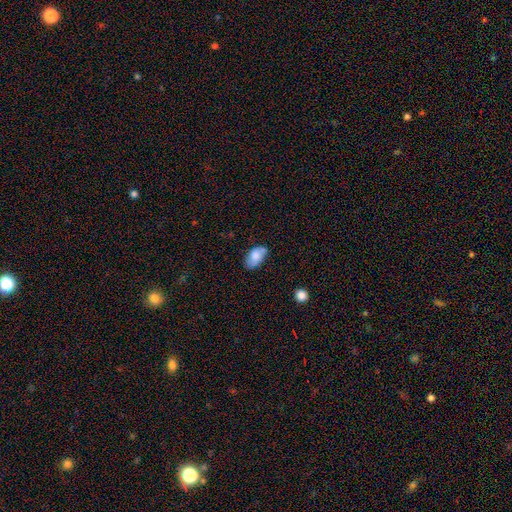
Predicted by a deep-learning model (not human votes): Morphology: type=smooth (76%); roundness=in between (93%); merging=none (64%).